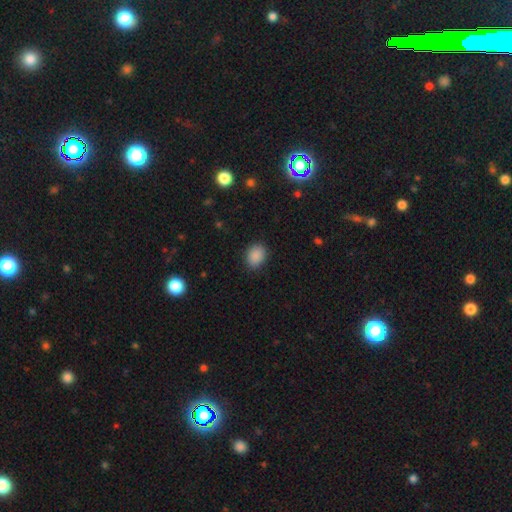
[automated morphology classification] Smooth or featured? Predicted: smooth (p=0.88). How rounded? Predicted: in between (p=0.57). Merging? Predicted: none (p=0.86).